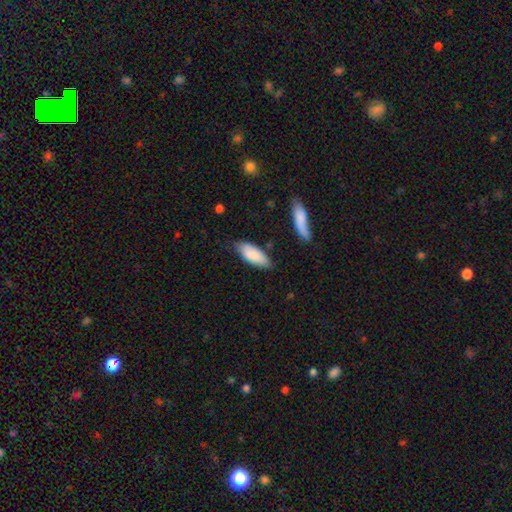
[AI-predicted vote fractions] The model was most divided on "merging": none: 71%, minor disturbance: 21%, major disturbance: 4%, merger: 4%. More confident: smooth or featured — smooth (84%); how rounded — in between (79%).